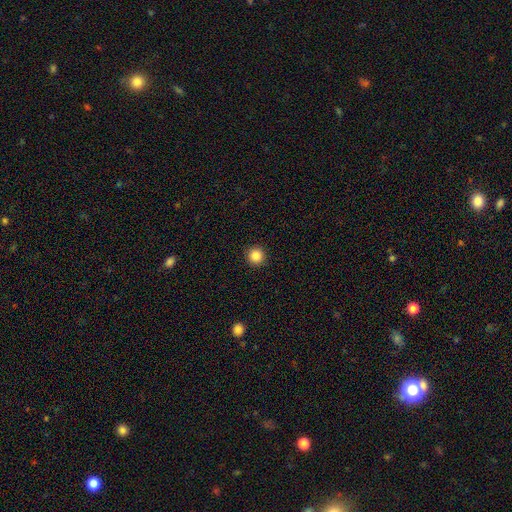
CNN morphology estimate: smooth_or_featured: smooth (p=0.86) [alt: star or artifact p=0.10]
how_rounded: round (p=0.95) [alt: in between p=0.04]
merging: none (p=0.93) [alt: minor disturbance p=0.05]